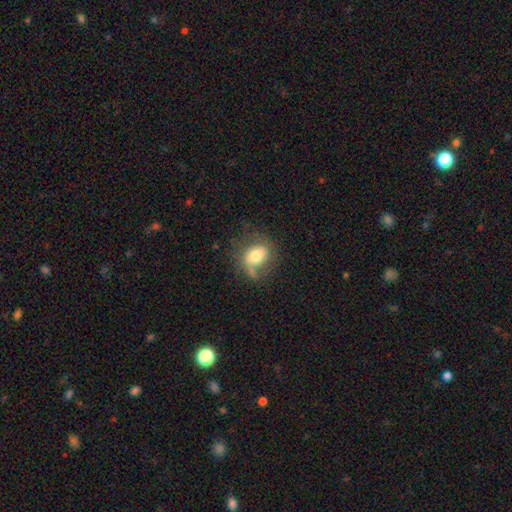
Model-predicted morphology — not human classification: smooth_or_featured: smooth (p=0.67) [alt: featured or disk p=0.24]
how_rounded: in between (p=0.60) [alt: round p=0.38]
merging: none (p=0.53) [alt: minor disturbance p=0.25]